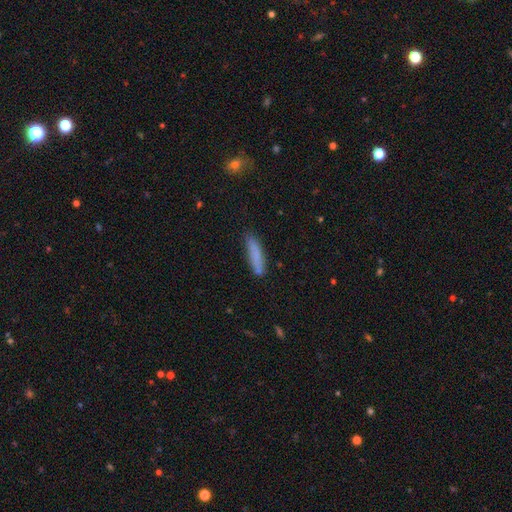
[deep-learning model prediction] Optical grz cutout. It shows a smooth galaxy with no disk features (81%) that is cigar-shaped (84%). Merging: none (81%).